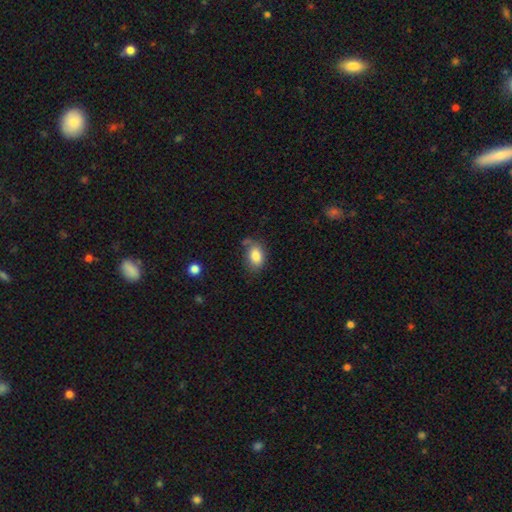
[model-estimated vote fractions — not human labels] Smooth or featured?
  - smooth: 82% *
  - featured or disk: 9%
  - star or artifact: 8%
How rounded?
  - in between: 85% *
  - round: 14%
  - cigar-shaped: 2%
Merging?
  - none: 59% *
  - minor disturbance: 25%
  - major disturbance: 8%
  - merger: 8%